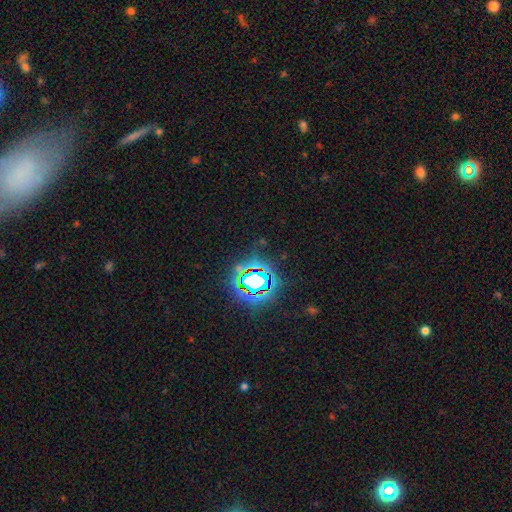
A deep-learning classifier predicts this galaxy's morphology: Q: Smooth or featured?
A: star or artifact (78%); runner-up: smooth (13%)